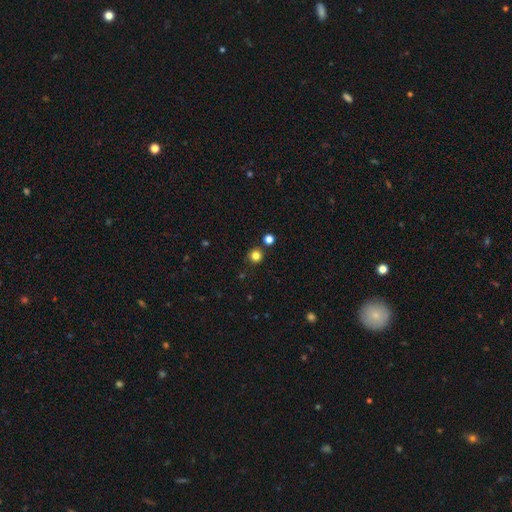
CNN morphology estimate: This appears to be a smooth galaxy with no disk features (81%) that is round (93%). Merging: none (86%).